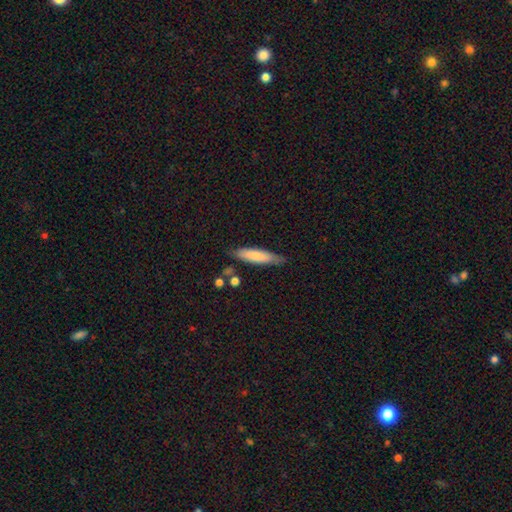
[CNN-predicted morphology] This appears to be a smooth galaxy with no disk features (77%) that is cigar-shaped (77%). Merging: none (78%).